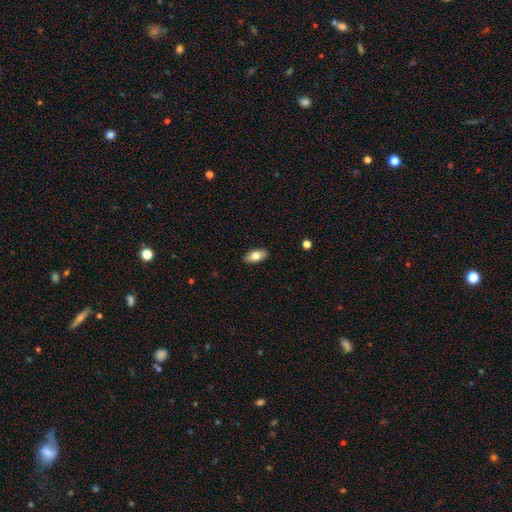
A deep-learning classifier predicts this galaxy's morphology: Smooth or featured: smooth — 77% (featured or disk — 16%)
How rounded: in between — 90% (cigar-shaped — 7%)
Merging: none — 90% (minor disturbance — 8%)